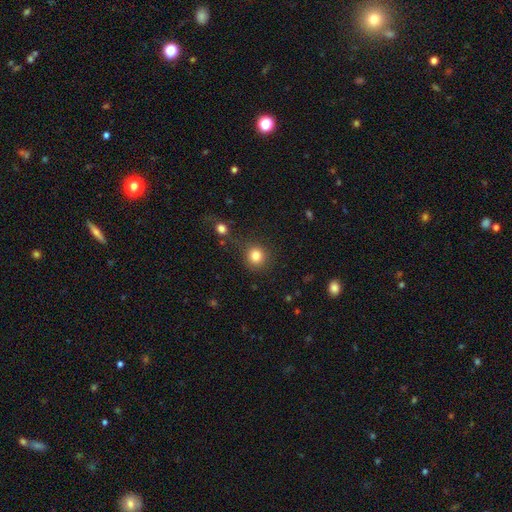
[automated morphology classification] The model was most divided on "smooth or featured": smooth: 82%, star or artifact: 12%, featured or disk: 6%. More confident: how rounded — round (92%); merging — none (80%).